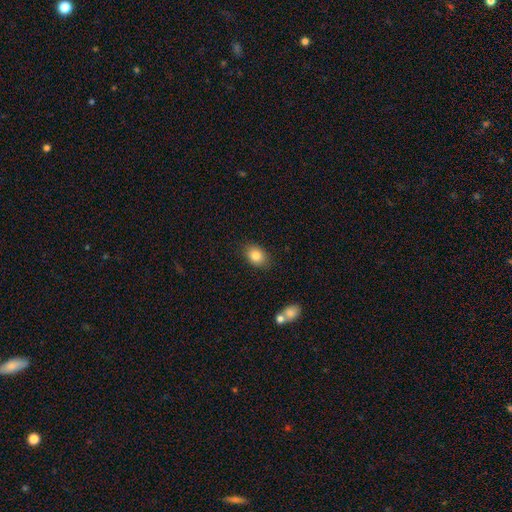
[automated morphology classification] The model was most divided on "how rounded": in between: 70%, round: 28%, cigar-shaped: 1%. More confident: merging — none (86%); smooth or featured — smooth (83%).